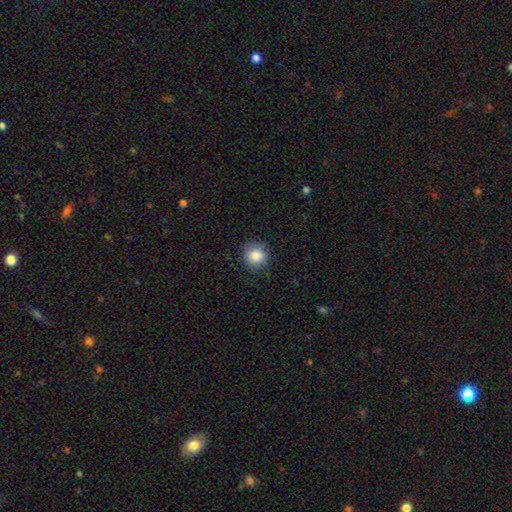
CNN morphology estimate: This is clearly a smooth galaxy (84%). How rounded: clearly round (90%). Merging: clearly none (86%).